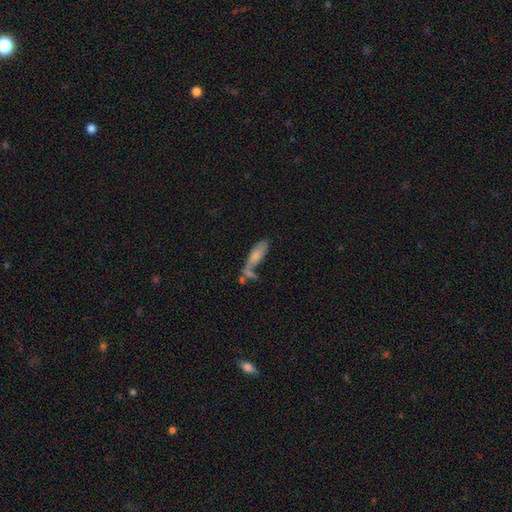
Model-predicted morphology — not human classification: A smooth galaxy with no disk features (71%) that is in between round and cigar-shaped (56%).

Vote fractions:
- Smooth or featured? smooth: 71% / featured or disk: 21% / star or artifact: 7%
- How rounded? in between: 56% / cigar-shaped: 42% / round: 2%
- Merging? none: 36% / merger: 31% / minor disturbance: 19% / major disturbance: 14%